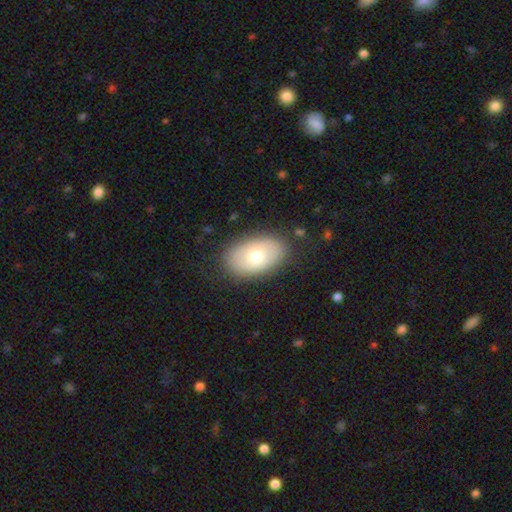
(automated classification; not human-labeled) This is likely a smooth galaxy (67%). How rounded: clearly in between (92%). Merging: clearly none (84%).